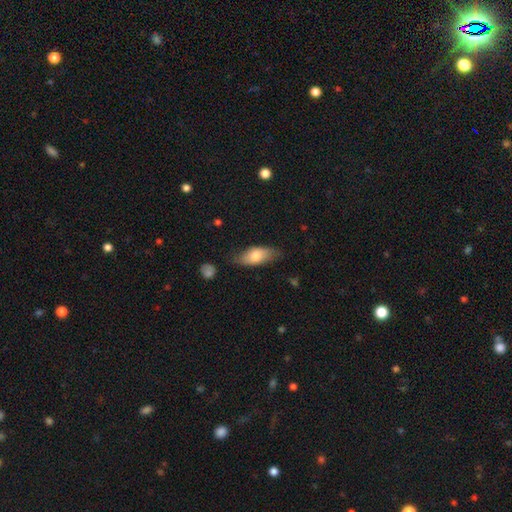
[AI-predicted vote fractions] smooth_or_featured: smooth (p=0.73) [alt: featured or disk p=0.21]
how_rounded: in between (p=0.83) [alt: cigar-shaped p=0.14]
merging: none (p=0.71) [alt: minor disturbance p=0.22]